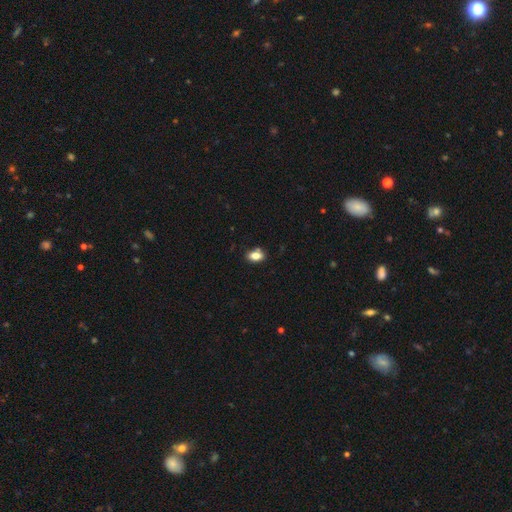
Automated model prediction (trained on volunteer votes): A smooth galaxy with no disk features (82%) that is in between round and cigar-shaped (87%). Merging: none (75%).